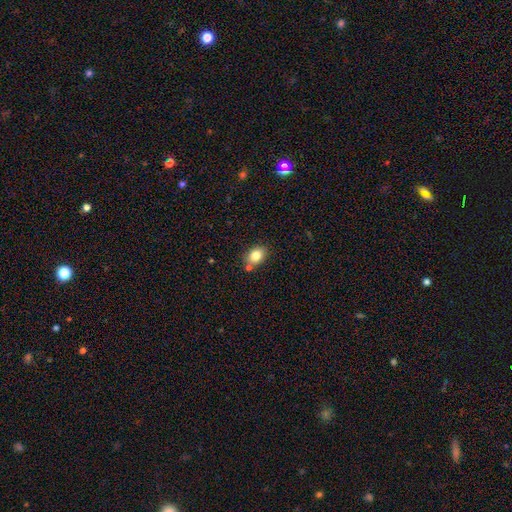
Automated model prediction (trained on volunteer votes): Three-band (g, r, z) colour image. It shows a smooth galaxy with no disk features (82%) that is in between round and cigar-shaped (71%). Merging: none (74%).